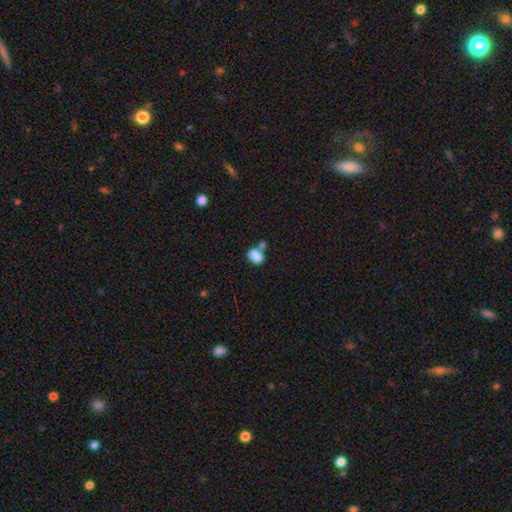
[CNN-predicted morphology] Overall: smooth (81%). How rounded: in between (84%). Merging: merger (48%; none 34%).